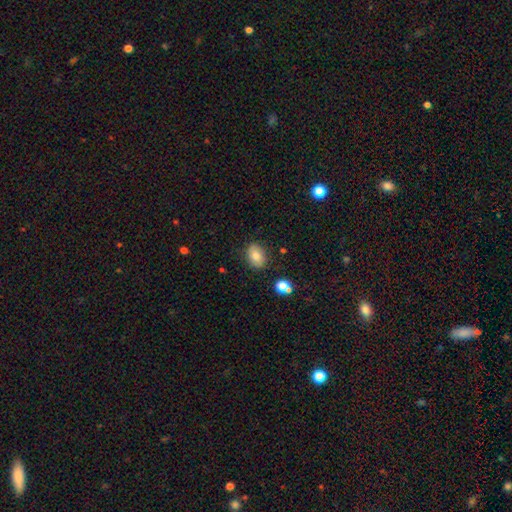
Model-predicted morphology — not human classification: Smooth or featured? smooth (79%)
How rounded? in between (74%)
Merging? none (84%)